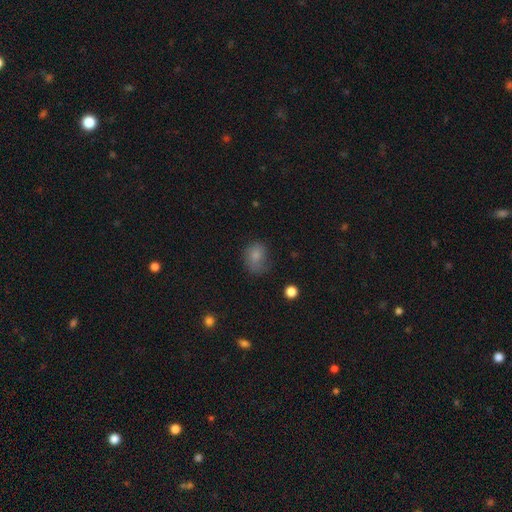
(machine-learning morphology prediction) A smooth galaxy with no disk features (77%) that is in between round and cigar-shaped (52%). Merging: none (46%).